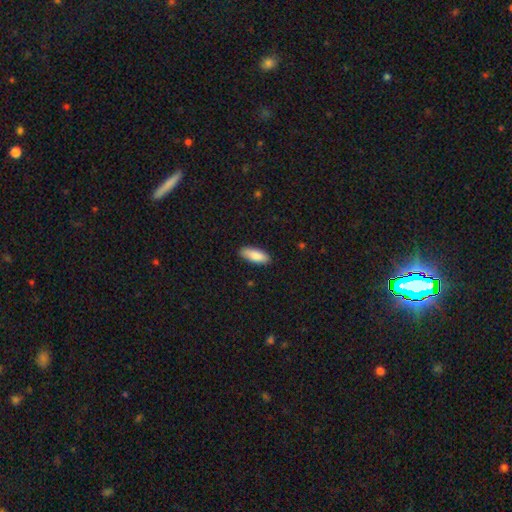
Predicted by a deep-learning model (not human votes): This appears to be a smooth galaxy with no disk features (87%) that is in between round and cigar-shaped (72%). Merging: none (88%).